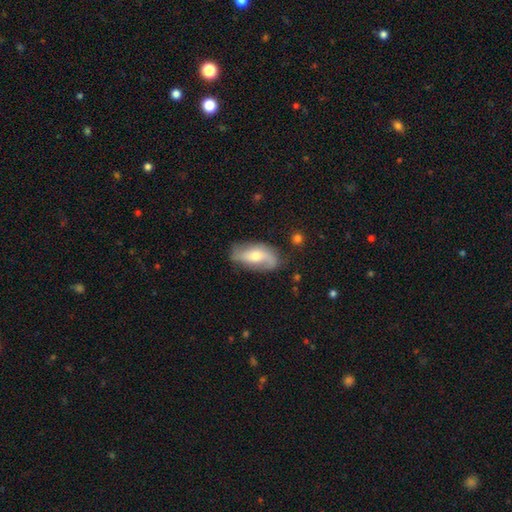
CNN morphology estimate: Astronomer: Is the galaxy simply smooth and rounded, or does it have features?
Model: featured or disk — 58% (runner-up: smooth, 35%).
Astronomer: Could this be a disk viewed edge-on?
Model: no — 89%.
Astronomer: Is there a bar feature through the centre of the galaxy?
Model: no — 56% (runner-up: weak, 32%).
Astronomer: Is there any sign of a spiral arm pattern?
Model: yes — 81%.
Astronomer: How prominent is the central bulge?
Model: moderate — 63%.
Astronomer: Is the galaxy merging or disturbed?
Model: none — 64%.